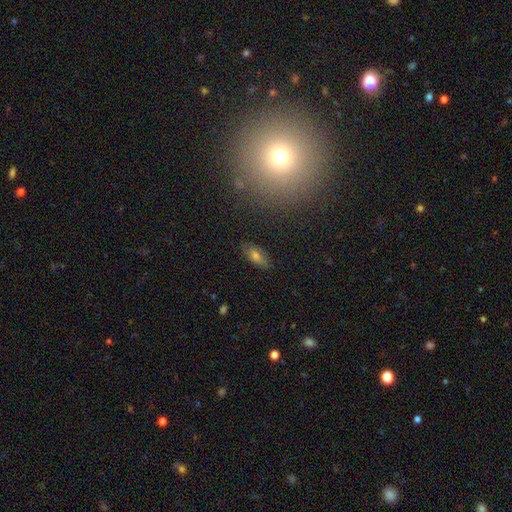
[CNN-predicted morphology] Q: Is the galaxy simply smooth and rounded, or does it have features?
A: smooth — 65%.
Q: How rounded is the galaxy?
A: in between — 85%.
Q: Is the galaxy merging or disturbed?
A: none — 83%.